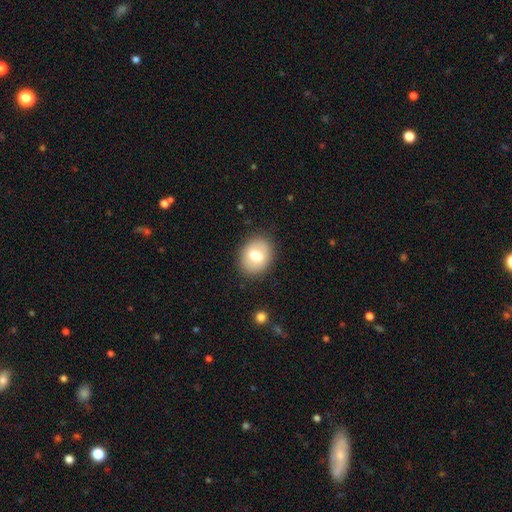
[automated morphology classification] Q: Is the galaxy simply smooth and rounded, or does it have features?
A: smooth — 68%.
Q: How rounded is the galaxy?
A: in between — 52%.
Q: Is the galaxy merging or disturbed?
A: none — 86%.